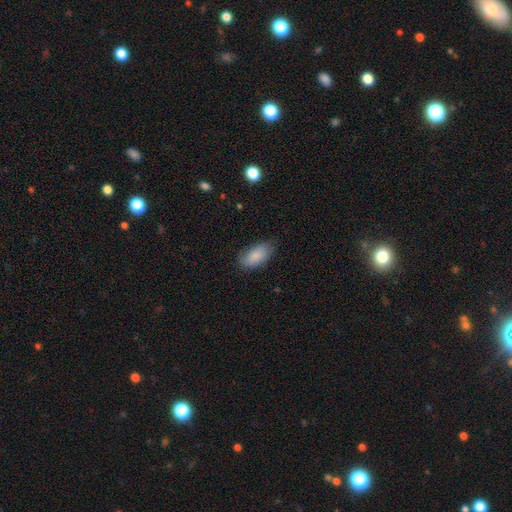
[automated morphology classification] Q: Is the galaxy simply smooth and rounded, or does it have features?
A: smooth — 87%.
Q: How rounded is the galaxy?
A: in between — 93%.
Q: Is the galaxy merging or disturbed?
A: none — 79%.